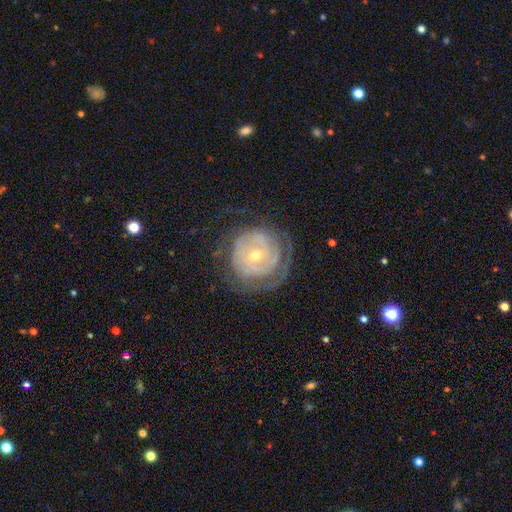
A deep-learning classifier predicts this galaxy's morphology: A featured or disk galaxy (79%) with no bar (68%), tight (75%) spiral arms (86%) and a small central bulge (56%).

Vote fractions:
- Smooth or featured? featured or disk: 79% / smooth: 15% / star or artifact: 6%
- Edge-on disk? no: 97% / yes: 3%
- Bar? no: 68% / weak: 24% / strong: 8%
- Spiral arms? yes: 86% / no: 14%
- Spiral winding? tight: 75% / medium: 18% / loose: 7%
- Spiral arm count? can't tell: 45% / 2: 23% / 3: 12% / 1: 9% / 4: 6% / more than 4: 5%
- Bulge size? small: 56% / moderate: 41% / large: 2% / none: 1% / dominant: 1%
- Merging? none: 66% / minor disturbance: 18% / major disturbance: 15% / merger: 1%